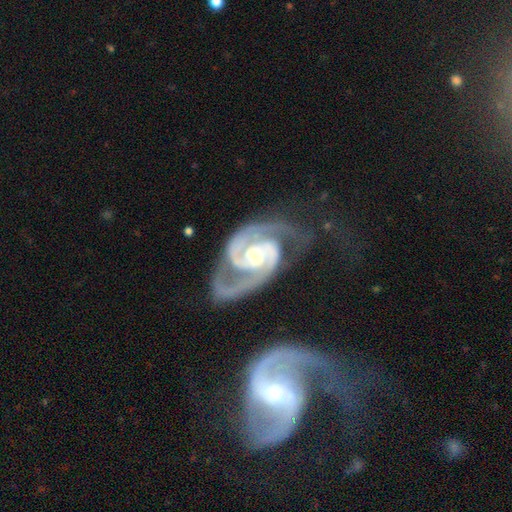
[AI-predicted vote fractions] Smooth or featured?
  - featured or disk: 94% *
  - star or artifact: 3%
  - smooth: 2%
Edge-on disk?
  - no: 98% *
  - yes: 2%
Bar?
  - no: 49% *
  - weak: 34%
  - strong: 17%
Spiral arms?
  - yes: 99% *
  - no: 1%
Spiral winding?
  - medium: 50% *
  - tight: 42%
  - loose: 8%
Spiral arm count?
  - 2: 89% *
  - 3: 4%
  - can't tell: 2%
  - 1: 2%
  - 4: 1%
  - more than 4: 1%
Bulge size?
  - small: 52% *
  - moderate: 43%
  - large: 2%
  - none: 1%
  - dominant: 1%
Merging?
  - none: 64% *
  - minor disturbance: 19%
  - major disturbance: 13%
  - merger: 3%